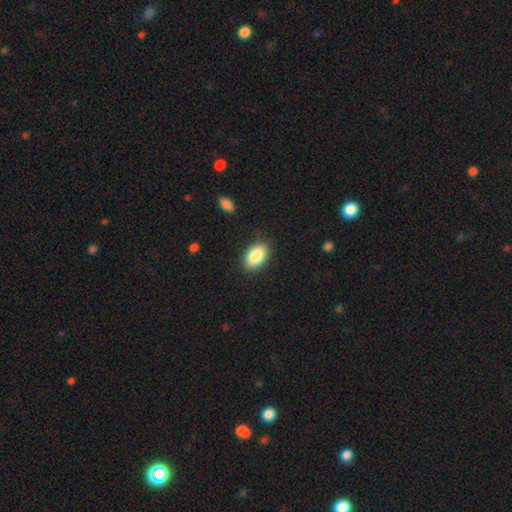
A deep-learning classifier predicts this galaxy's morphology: smooth_or_featured: smooth (p=0.87) [alt: star or artifact p=0.07]
how_rounded: in between (p=0.92) [alt: round p=0.06]
merging: none (p=0.86) [alt: minor disturbance p=0.10]